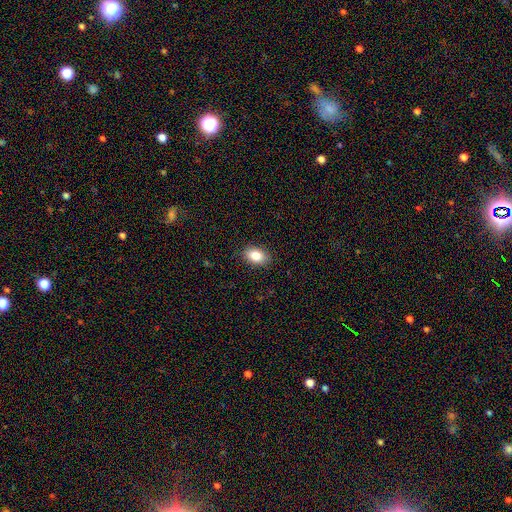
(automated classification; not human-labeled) This appears to be a smooth galaxy with no disk features (84%) that is in between round and cigar-shaped (86%). Merging: none (88%).